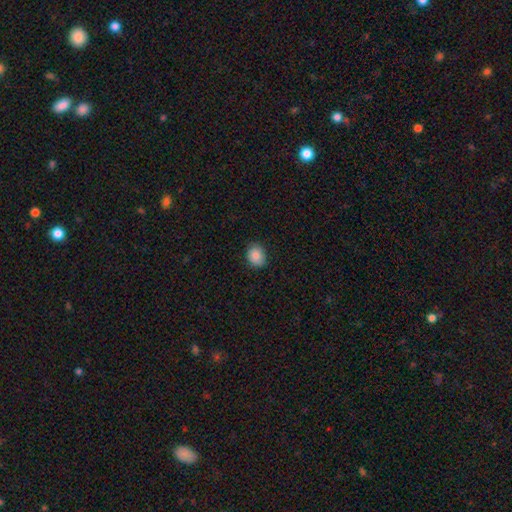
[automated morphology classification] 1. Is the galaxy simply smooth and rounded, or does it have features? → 86% smooth, 8% star or artifact, 6% featured or disk.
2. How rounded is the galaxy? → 50% in between, 49% round, 1% cigar-shaped.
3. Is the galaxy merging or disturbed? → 84% none, 13% minor disturbance, 2% major disturbance, 1% merger.